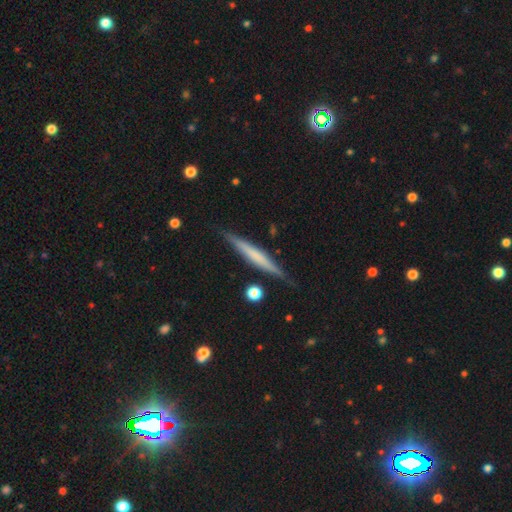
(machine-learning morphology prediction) Smooth or featured?
  - featured or disk: 51% *
  - smooth: 43%
  - star or artifact: 6%
Edge-on disk?
  - yes: 97% *
  - no: 3%
Merging?
  - none: 87% *
  - minor disturbance: 9%
  - major disturbance: 2%
  - merger: 2%